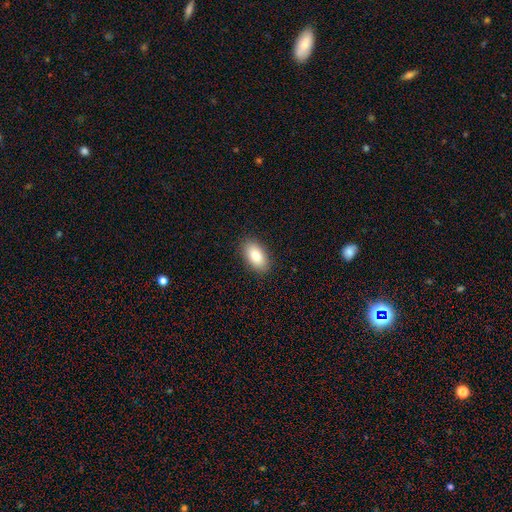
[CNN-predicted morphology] This appears to be a smooth galaxy with no disk features (84%) that is in between round and cigar-shaped (93%). Merging: none (89%).